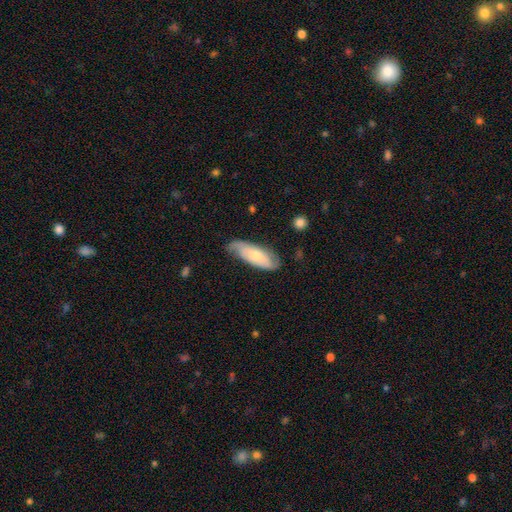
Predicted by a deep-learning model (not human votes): featured or disk 50%, smooth 44%, star or artifact 6%. Down the decision tree: edge-on disk — no (83%); merging — none (62%).